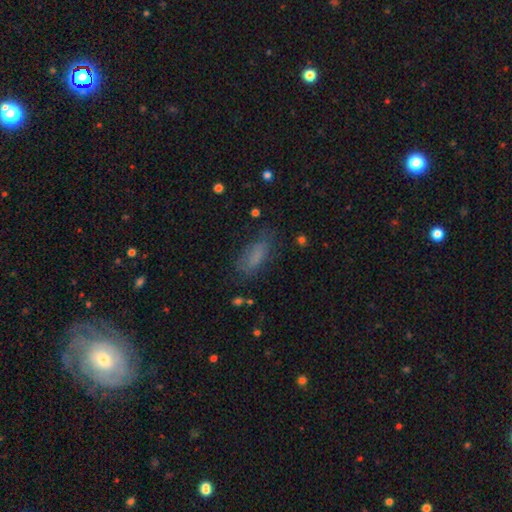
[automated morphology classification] smooth 73%, featured or disk 14%, star or artifact 13%. Down the decision tree: how rounded — in between (72%); merging — none (67%).